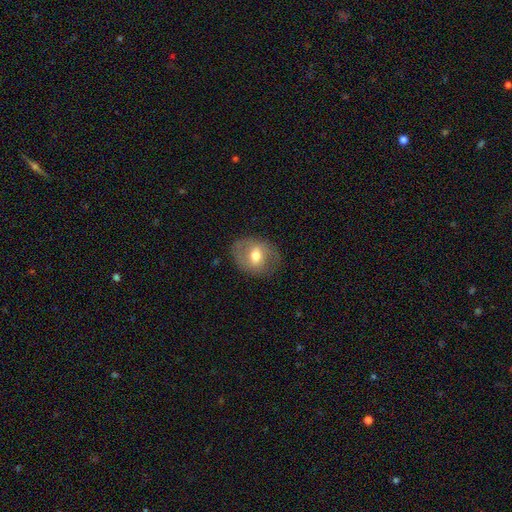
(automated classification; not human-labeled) This is possibly a smooth galaxy (49%). Merging: likely none (77%).